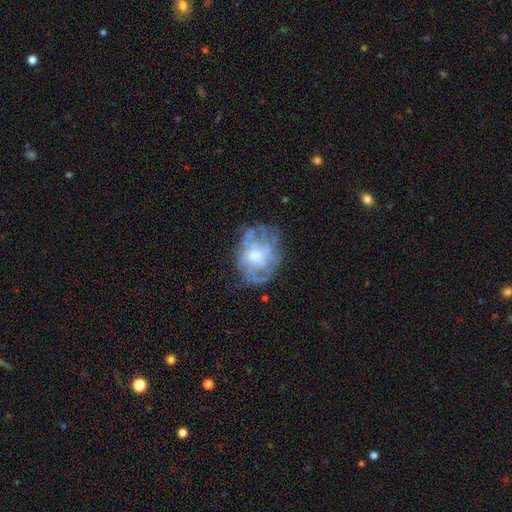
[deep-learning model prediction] Smooth or featured?
  - featured or disk: 62% *
  - smooth: 29%
  - star or artifact: 10%
Edge-on disk?
  - no: 97% *
  - yes: 3%
Bar?
  - no: 72% *
  - weak: 24%
  - strong: 4%
Spiral arms?
  - no: 63% *
  - yes: 37%
Bulge size?
  - moderate: 53% *
  - small: 25%
  - large: 11%
  - none: 9%
  - dominant: 1%
Merging?
  - none: 57% *
  - minor disturbance: 23%
  - major disturbance: 18%
  - merger: 3%